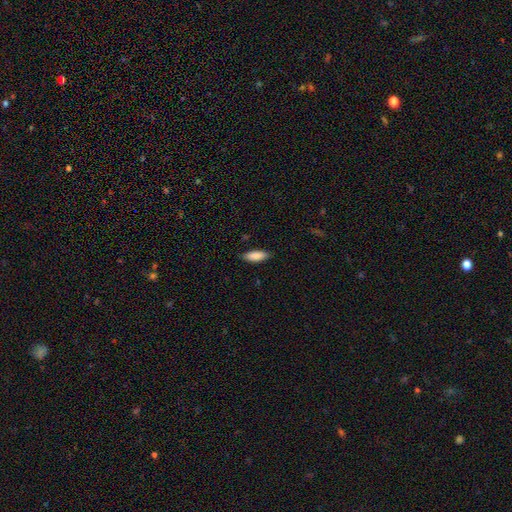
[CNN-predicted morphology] smooth-or-featured: smooth: 87% | featured or disk: 7% | star or artifact: 6%
  how-rounded: in between: 68% | cigar-shaped: 31% | round: 2%
  merging: none: 85% | minor disturbance: 12% | major disturbance: 2% | merger: 1%